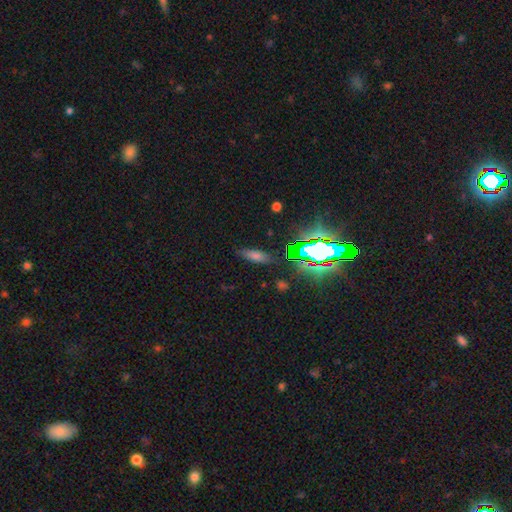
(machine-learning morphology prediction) Smooth or featured? Predicted: smooth (p=0.51). How rounded? Predicted: in between (p=0.54). Merging? Predicted: none (p=0.82).